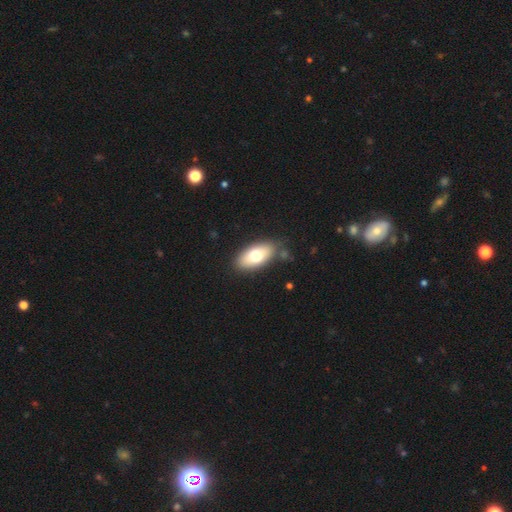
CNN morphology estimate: Smooth or featured: smooth — 71% (featured or disk — 22%)
How rounded: in between — 90% (cigar-shaped — 6%)
Merging: none — 83% (minor disturbance — 11%)